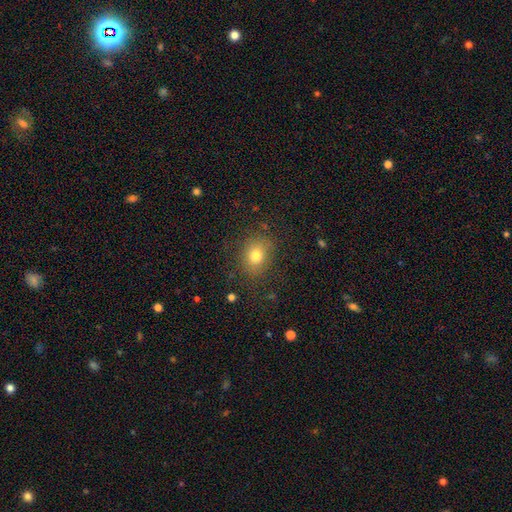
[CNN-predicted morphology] smooth 76%, star or artifact 13%, featured or disk 11%. Down the decision tree: how rounded — round (57%); merging — none (81%).